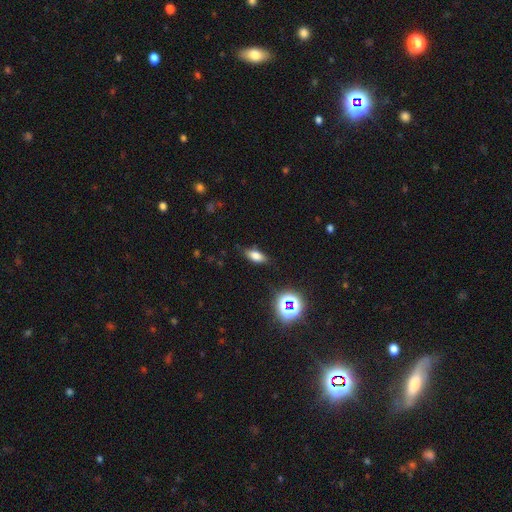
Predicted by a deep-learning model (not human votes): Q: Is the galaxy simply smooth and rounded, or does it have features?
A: smooth — 73%.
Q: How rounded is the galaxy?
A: in between — 80%.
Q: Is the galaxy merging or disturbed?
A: none — 82%.